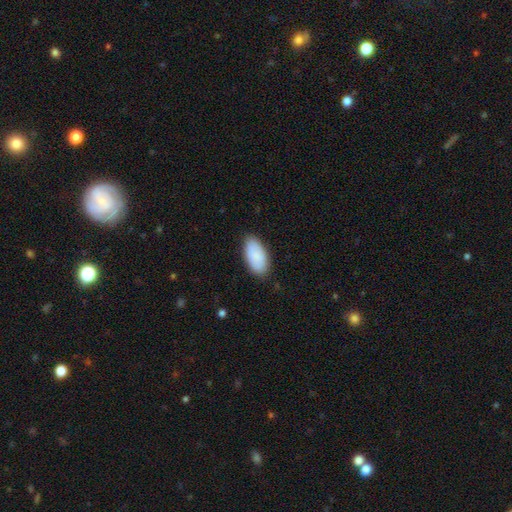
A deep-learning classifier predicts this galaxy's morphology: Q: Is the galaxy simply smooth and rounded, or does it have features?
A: smooth — 87%.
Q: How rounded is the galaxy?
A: in between — 94%.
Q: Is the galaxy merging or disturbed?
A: none — 85%.